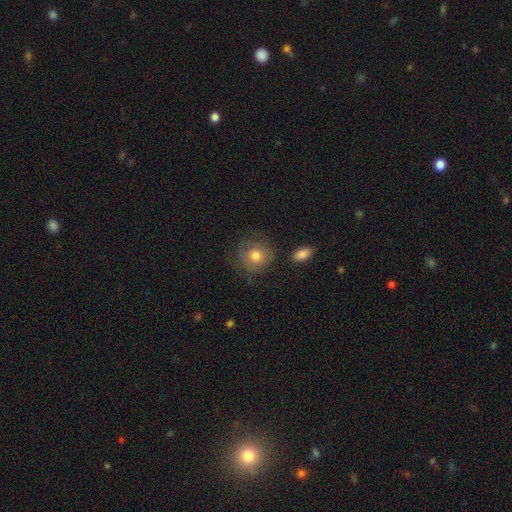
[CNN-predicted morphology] Smooth or featured? smooth (71%)
How rounded? round (86%)
Merging? none (67%)